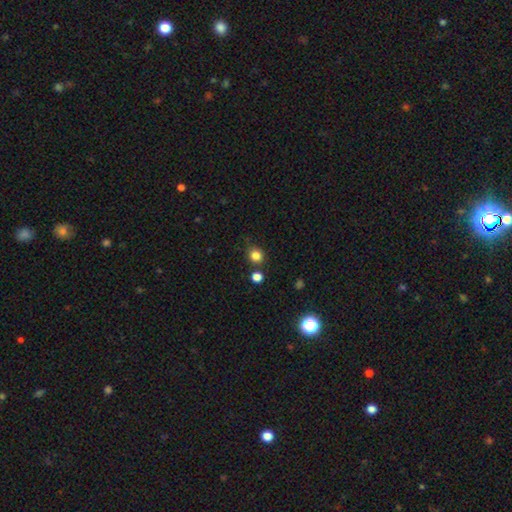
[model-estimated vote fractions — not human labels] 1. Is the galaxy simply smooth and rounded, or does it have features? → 82% smooth, 13% star or artifact, 4% featured or disk.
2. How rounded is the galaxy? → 87% round, 12% in between, 1% cigar-shaped.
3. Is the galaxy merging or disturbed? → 78% none, 12% minor disturbance, 7% merger, 3% major disturbance.